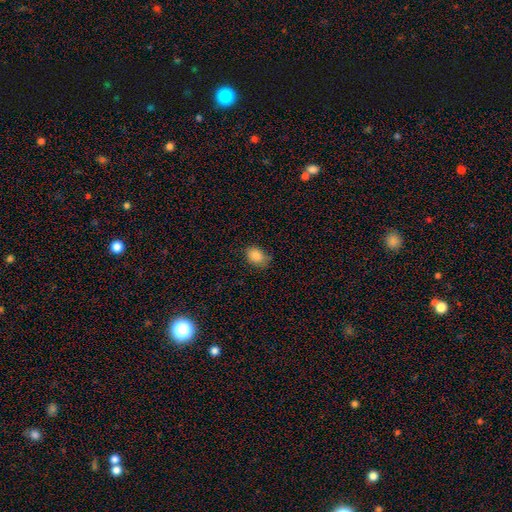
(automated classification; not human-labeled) Smooth or featured?
  - smooth: 85% *
  - star or artifact: 9%
  - featured or disk: 5%
How rounded?
  - in between: 67% *
  - round: 32%
  - cigar-shaped: 1%
Merging?
  - none: 69% *
  - minor disturbance: 25%
  - major disturbance: 5%
  - merger: 1%